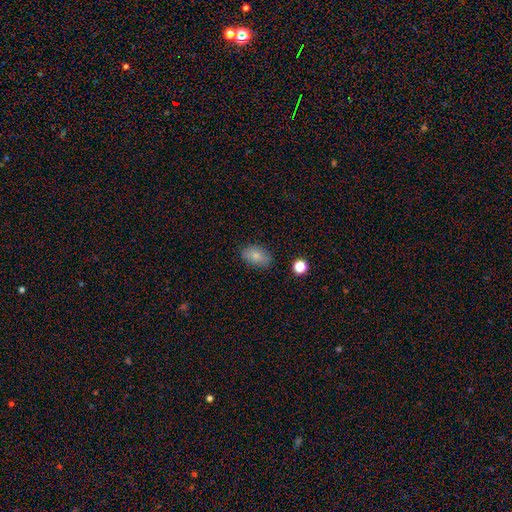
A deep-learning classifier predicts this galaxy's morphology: smooth-or-featured: smooth: 81% | featured or disk: 10% | star or artifact: 9%
  how-rounded: in between: 88% | round: 10% | cigar-shaped: 2%
  merging: none: 82% | minor disturbance: 13% | major disturbance: 3% | merger: 2%